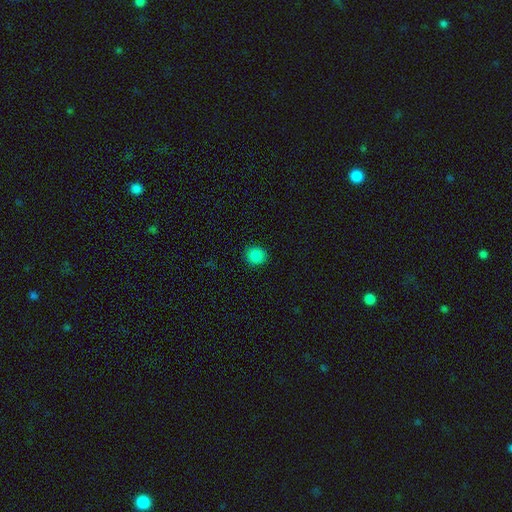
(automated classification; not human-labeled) smooth 85%, star or artifact 12%, featured or disk 3%. Down the decision tree: how rounded — round (83%); merging — none (90%).